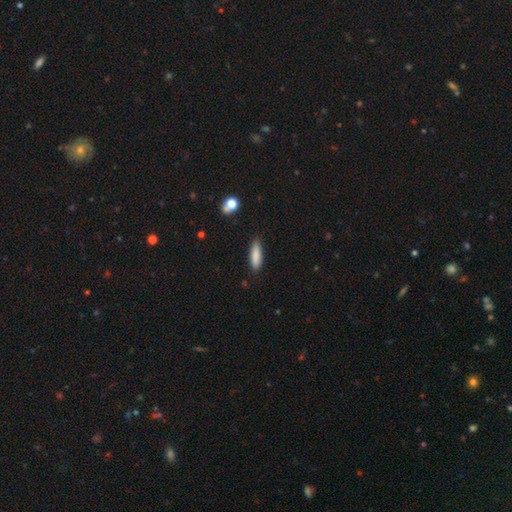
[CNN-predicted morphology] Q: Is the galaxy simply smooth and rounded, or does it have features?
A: smooth — 86%.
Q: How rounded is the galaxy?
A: cigar-shaped — 62%.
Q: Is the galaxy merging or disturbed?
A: none — 87%.